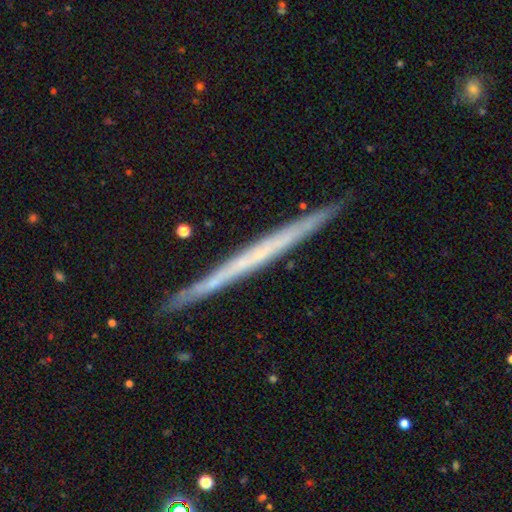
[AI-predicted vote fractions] smooth_or_featured: featured or disk (p=0.64) [alt: smooth p=0.29]
disk_edge_on: yes (p=0.98) [alt: no p=0.02]
edge_on_bulge: none (p=0.92) [alt: rounded p=0.06]
merging: none (p=0.91) [alt: minor disturbance p=0.07]